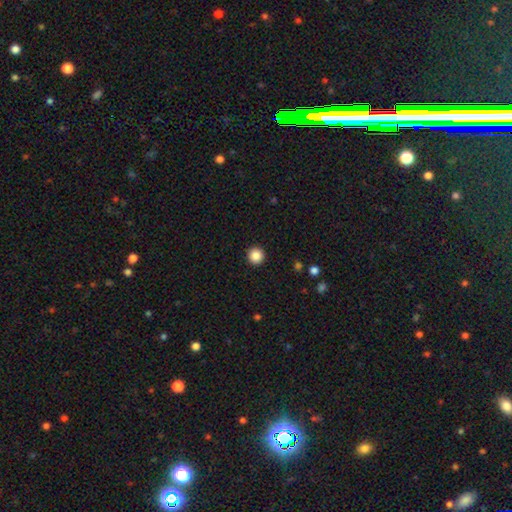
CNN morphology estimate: This is clearly a smooth galaxy (87%). How rounded: clearly round (96%). Merging: clearly none (93%).